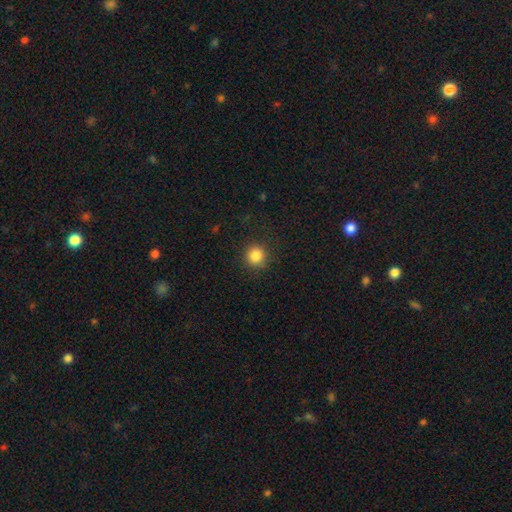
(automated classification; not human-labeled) Smooth or featured?
  - smooth: 85% *
  - star or artifact: 11%
  - featured or disk: 4%
How rounded?
  - round: 93% *
  - in between: 6%
  - cigar-shaped: 1%
Merging?
  - none: 89% *
  - minor disturbance: 7%
  - major disturbance: 3%
  - merger: 1%